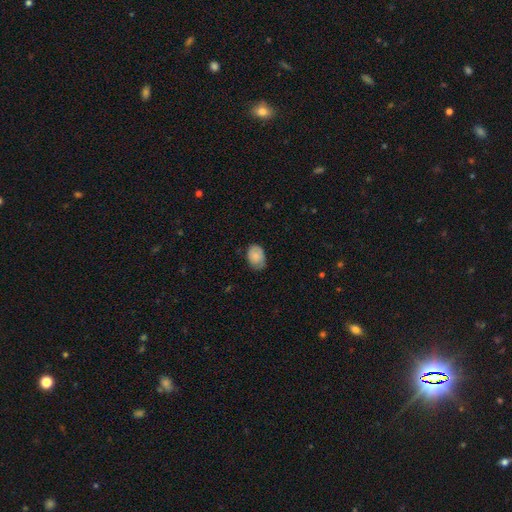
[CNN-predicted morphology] The model was most divided on "merging": none: 67%, minor disturbance: 27%, major disturbance: 5%, merger: 1%. More confident: smooth or featured — smooth (81%); how rounded — in between (79%).